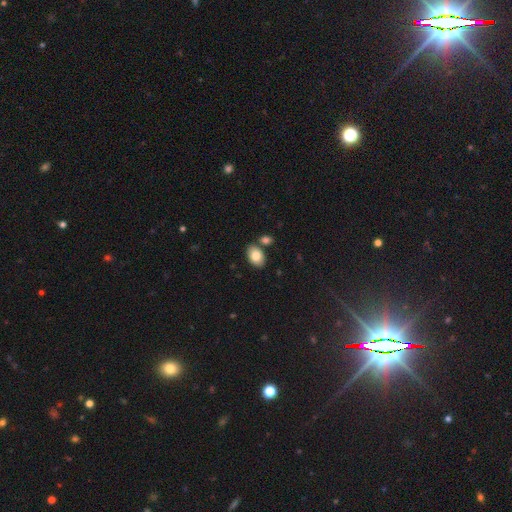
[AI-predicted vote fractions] This is clearly a smooth galaxy (82%). How rounded: clearly in between (87%). Merging: likely none (75%).